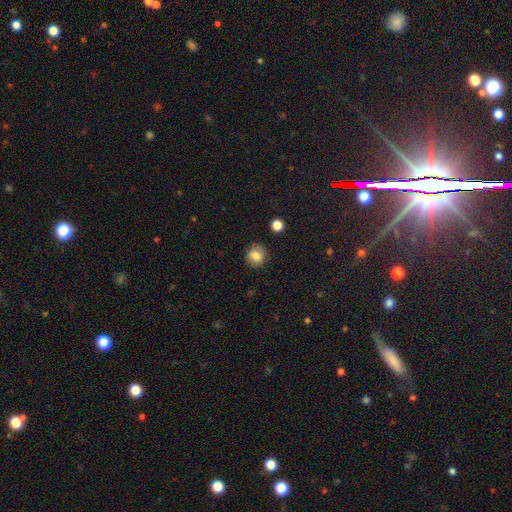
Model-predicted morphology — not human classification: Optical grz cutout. It shows a smooth galaxy with no disk features (82%) that is round (81%). Merging: none (86%).